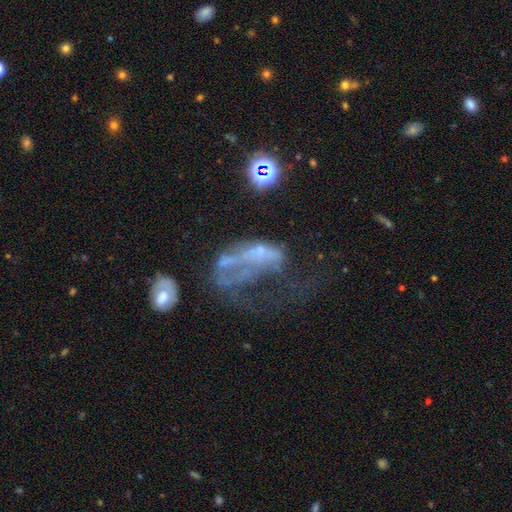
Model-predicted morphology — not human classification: featured or disk 55%, smooth 24%, star or artifact 21%. Down the decision tree: edge-on disk — no (94%); bar — no (85%); spiral arms — no (85%); bulge size — none (60%); merging — major disturbance (56%).